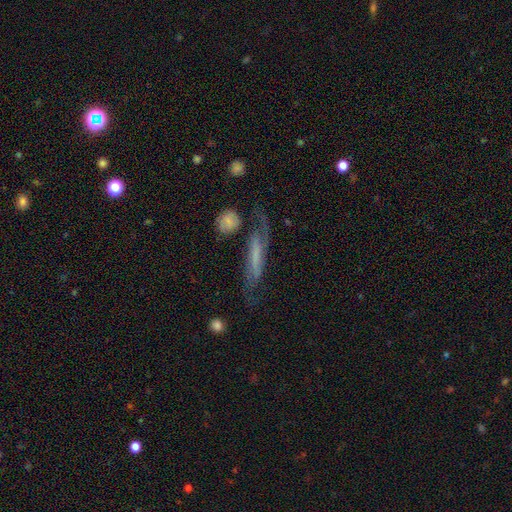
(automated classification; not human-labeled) Overall: featured or disk (64%; smooth 28%). Edge-on disk: no (61%; yes 39%). Merging: none (53%; minor disturbance 21%).